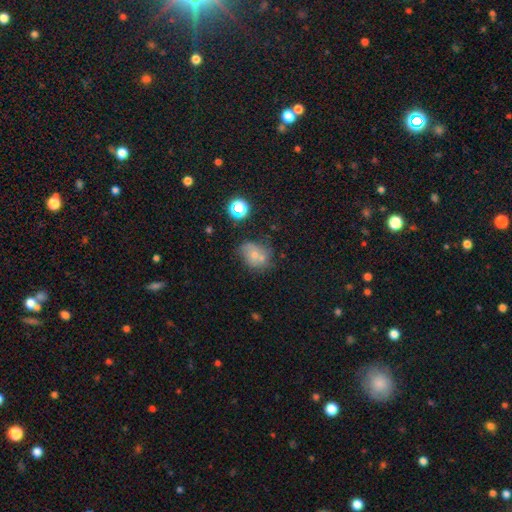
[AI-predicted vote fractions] A smooth galaxy with no disk features (59%) that is round (50%).

Vote fractions:
- Smooth or featured? smooth: 59% / featured or disk: 24% / star or artifact: 17%
- How rounded? round: 50% / in between: 49% / cigar-shaped: 1%
- Merging? none: 43% / merger: 30% / minor disturbance: 18% / major disturbance: 8%